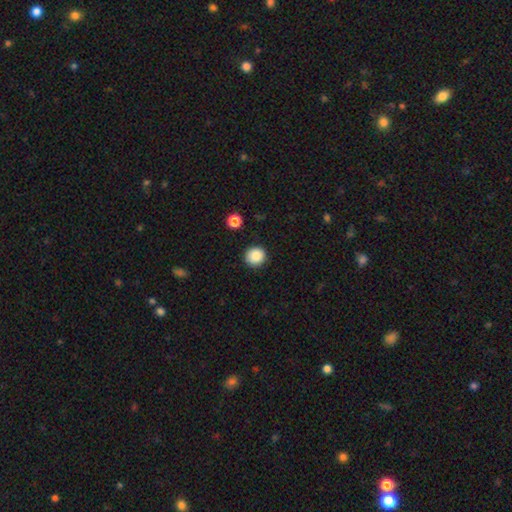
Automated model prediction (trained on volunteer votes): This is clearly a smooth galaxy (87%). How rounded: clearly round (92%). Merging: clearly none (91%).